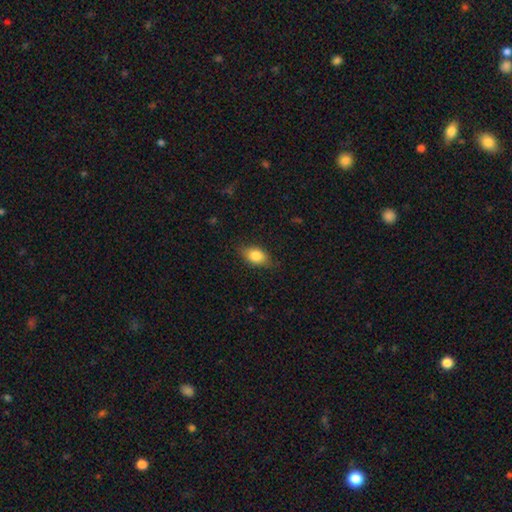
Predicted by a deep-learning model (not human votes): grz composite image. It shows a smooth galaxy with no disk features (82%) that is in between round and cigar-shaped (84%). Merging: none (80%).